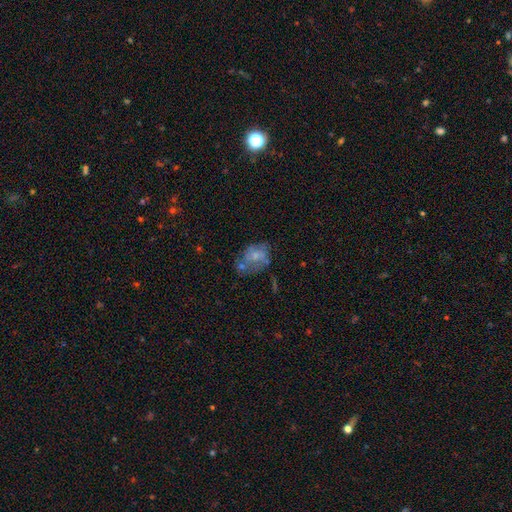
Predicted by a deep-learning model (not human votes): A smooth galaxy with no disk features (55%) that is in between round and cigar-shaped (76%). Merging: none (35%).